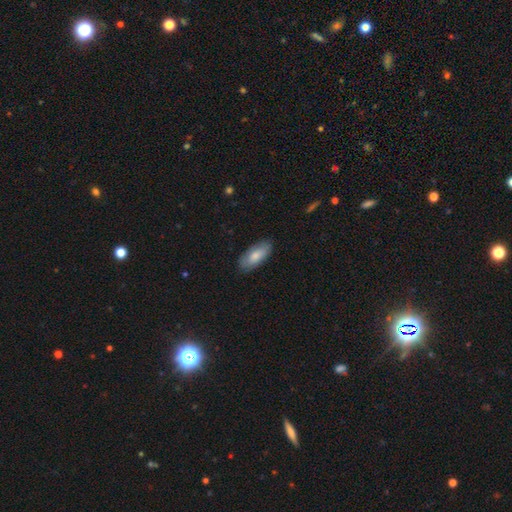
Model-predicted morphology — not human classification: Smooth or featured?
  - smooth: 79% *
  - featured or disk: 15%
  - star or artifact: 5%
How rounded?
  - in between: 86% *
  - cigar-shaped: 12%
  - round: 2%
Merging?
  - none: 83% *
  - minor disturbance: 14%
  - major disturbance: 3%
  - merger: 1%